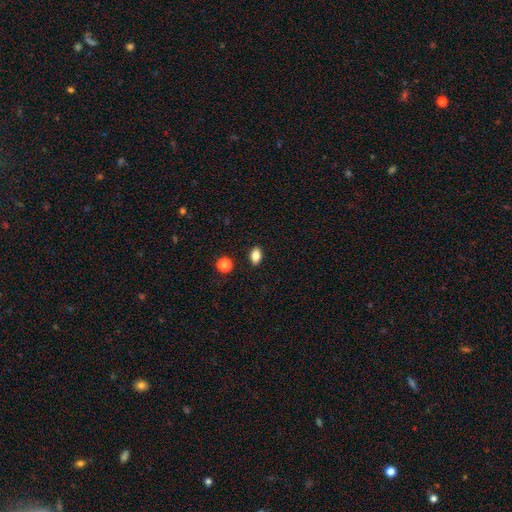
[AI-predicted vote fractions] smooth 84%, star or artifact 10%, featured or disk 6%. Down the decision tree: how rounded — in between (85%); merging — none (89%).